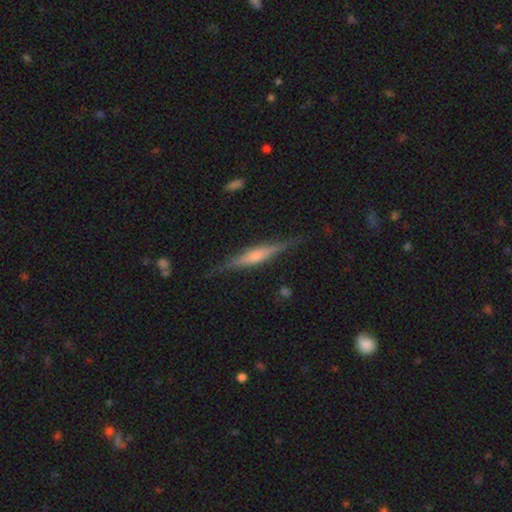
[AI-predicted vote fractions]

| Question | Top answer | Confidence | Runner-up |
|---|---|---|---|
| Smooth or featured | featured or disk | 68% | smooth (25%) |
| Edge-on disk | yes | 97% | no (3%) |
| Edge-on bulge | rounded | 66% | boxy (19%) |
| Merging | none | 84% | minor disturbance (12%) |